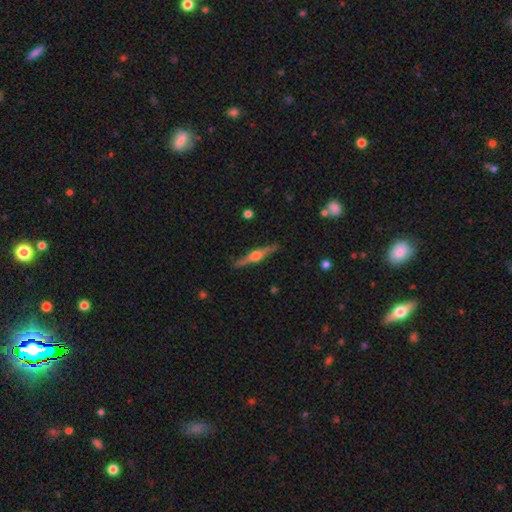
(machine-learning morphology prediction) The model was most divided on "smooth or featured": featured or disk: 78%, smooth: 17%, star or artifact: 6%. More confident: edge-on disk — yes (98%); edge-on bulge — rounded (91%); merging — none (89%).